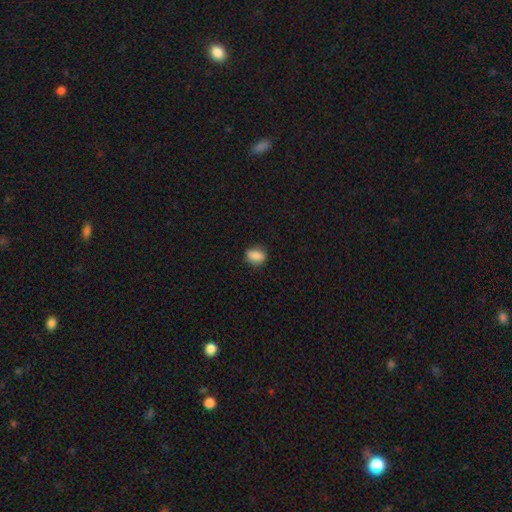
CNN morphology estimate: A smooth galaxy with no disk features (86%) that is in between round and cigar-shaped (68%). Merging: none (82%).